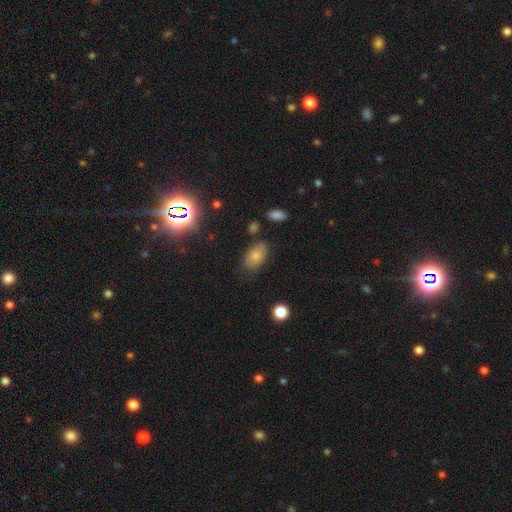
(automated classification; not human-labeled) Smooth or featured? Predicted: smooth (p=0.76). How rounded? Predicted: in between (p=0.91). Merging? Predicted: none (p=0.74).